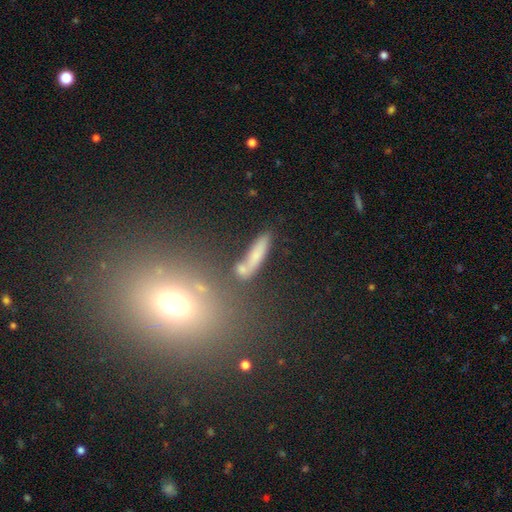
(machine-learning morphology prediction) smooth_or_featured: smooth (p=0.64) [alt: featured or disk p=0.22]
how_rounded: cigar-shaped (p=0.71) [alt: in between p=0.23]
merging: none (p=0.58) [alt: merger p=0.18]